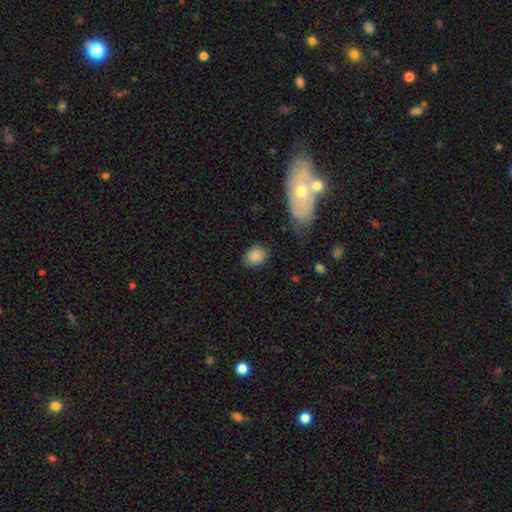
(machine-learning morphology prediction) Smooth or featured?
  - smooth: 85% *
  - star or artifact: 8%
  - featured or disk: 7%
How rounded?
  - in between: 70% *
  - round: 29%
  - cigar-shaped: 1%
Merging?
  - none: 77% *
  - minor disturbance: 17%
  - major disturbance: 4%
  - merger: 2%